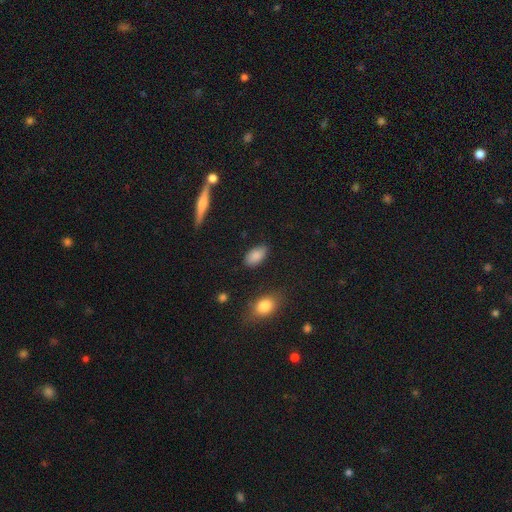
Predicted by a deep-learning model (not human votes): Q: Smooth or featured?
A: smooth (86%); runner-up: star or artifact (7%)
Q: How rounded?
A: in between (93%); runner-up: round (4%)
Q: Merging?
A: none (83%); runner-up: minor disturbance (12%)